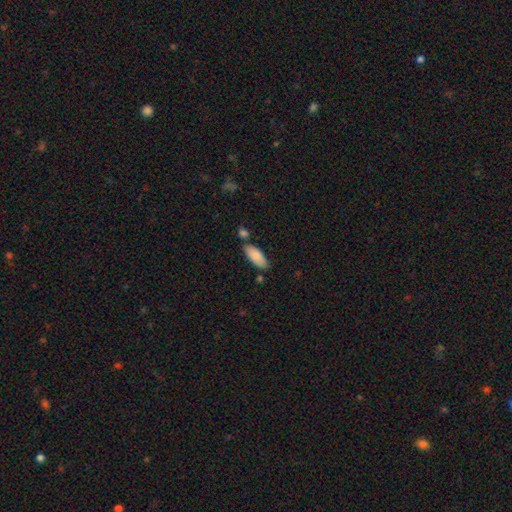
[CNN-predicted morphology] Smooth or featured? smooth (85%)
How rounded? in between (82%)
Merging? none (70%)